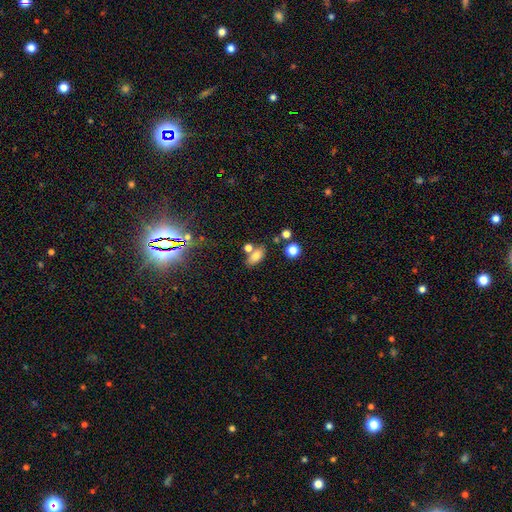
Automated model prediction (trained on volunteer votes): A smooth galaxy with no disk features (77%) that is in between round and cigar-shaped (85%).

Vote fractions:
- Smooth or featured? smooth: 77% / star or artifact: 12% / featured or disk: 12%
- How rounded? in between: 85% / round: 8% / cigar-shaped: 8%
- Merging? none: 63% / merger: 20% / minor disturbance: 13% / major disturbance: 5%